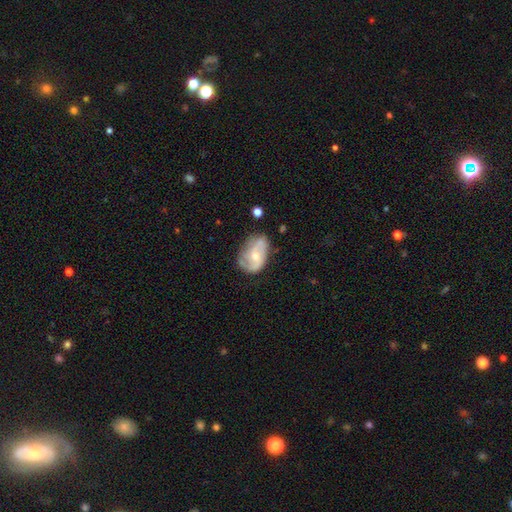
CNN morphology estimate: Smooth or featured?
  - featured or disk: 67% *
  - smooth: 27%
  - star or artifact: 7%
Edge-on disk?
  - no: 97% *
  - yes: 3%
Bar?
  - no: 64% *
  - weak: 30%
  - strong: 7%
Spiral arms?
  - yes: 80% *
  - no: 20%
Spiral winding?
  - medium: 44% *
  - loose: 30%
  - tight: 27%
Spiral arm count?
  - 2: 58% *
  - can't tell: 22%
  - 3: 10%
  - 1: 6%
  - 4: 2%
  - more than 4: 2%
Bulge size?
  - small: 54% *
  - moderate: 41%
  - none: 3%
  - large: 2%
  - dominant: 1%
Merging?
  - none: 49% *
  - minor disturbance: 31%
  - major disturbance: 16%
  - merger: 4%